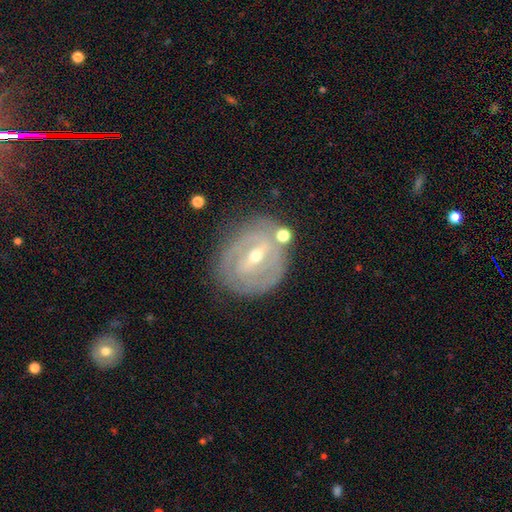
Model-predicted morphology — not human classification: The model was most divided on "bar": strong: 45%, weak: 42%, no: 13%. Remaining: edge-on disk — no (94%); smooth or featured — featured or disk (84%); spiral arms — yes (81%); merging — none (75%); spiral winding — tight (70%); bulge size — small (51%); spiral arm count — 2 (41%).